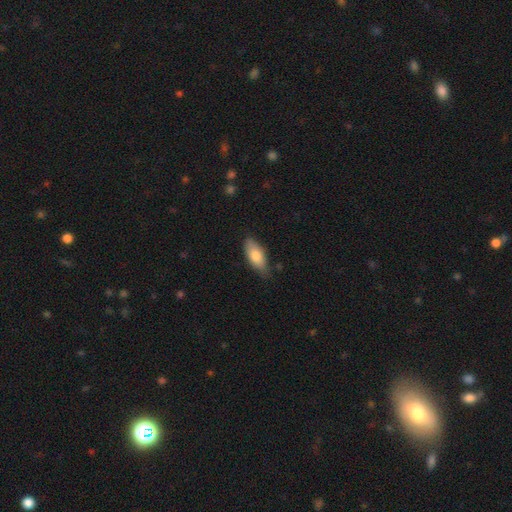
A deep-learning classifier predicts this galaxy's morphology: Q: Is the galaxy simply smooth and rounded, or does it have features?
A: smooth — 77%.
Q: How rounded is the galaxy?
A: in between — 82%.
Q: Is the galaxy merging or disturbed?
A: none — 74%.